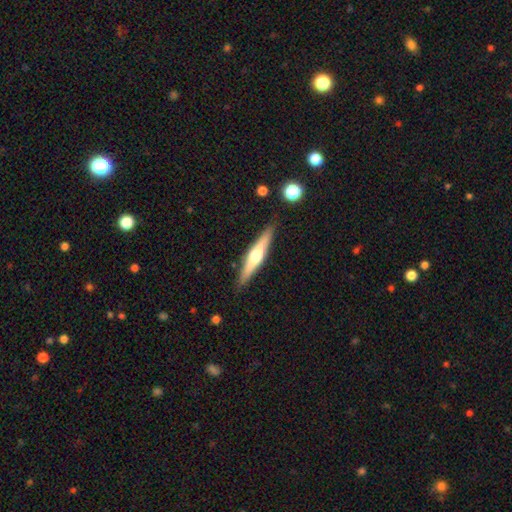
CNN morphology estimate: Smooth or featured? featured or disk (63%)
Edge-on disk? yes (96%)
Edge-on bulge? rounded (91%)
Merging? none (89%)